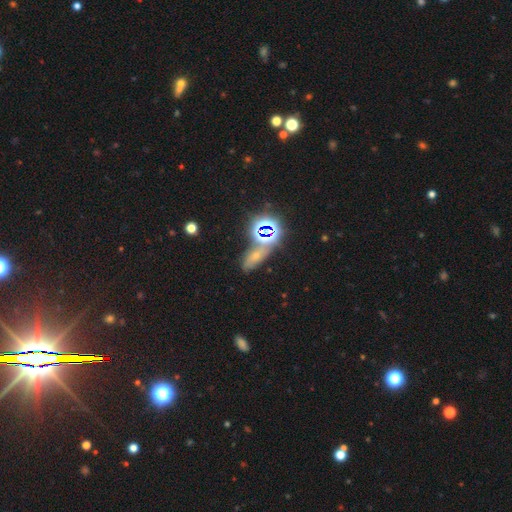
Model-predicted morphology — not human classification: Smooth or featured?
  - star or artifact: 41% * (tied)
  - smooth: 41% * (tied)
  - featured or disk: 18%